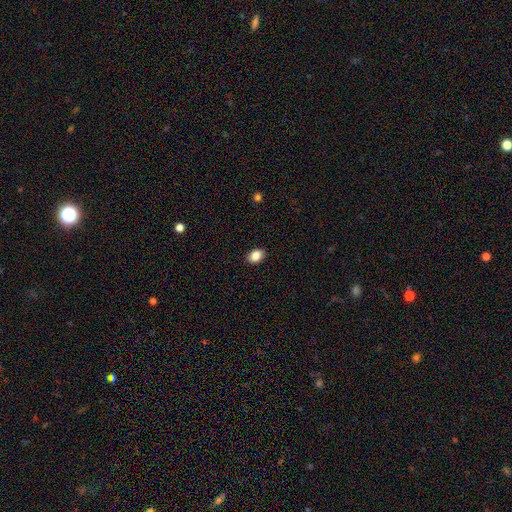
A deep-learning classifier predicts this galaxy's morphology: type=smooth (87%); roundness=in between (74%); merging=none (89%).